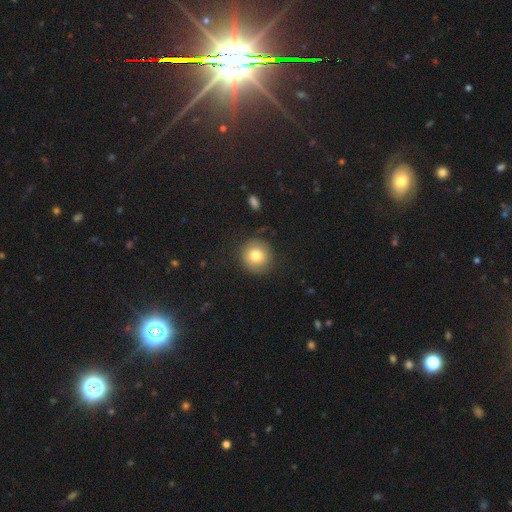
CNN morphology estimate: Q: Smooth or featured?
A: smooth (77%); runner-up: featured or disk (13%)
Q: How rounded?
A: round (93%); runner-up: in between (6%)
Q: Merging?
A: none (83%); runner-up: minor disturbance (11%)